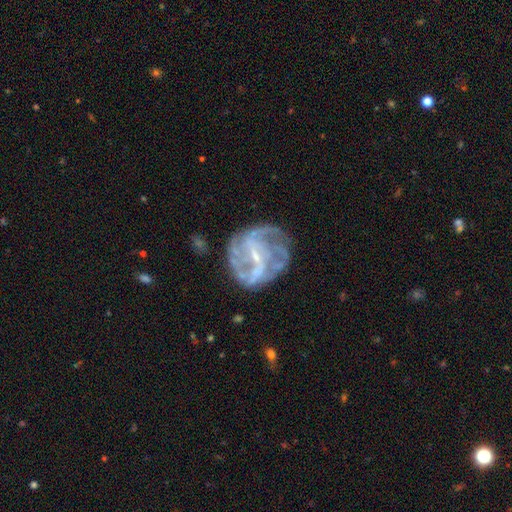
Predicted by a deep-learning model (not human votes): This appears to be a featured or disk galaxy (82%) with a weak bar (47%), medium (41%) spiral arms (83%) and a small central bulge (71%). Merging: none (63%).